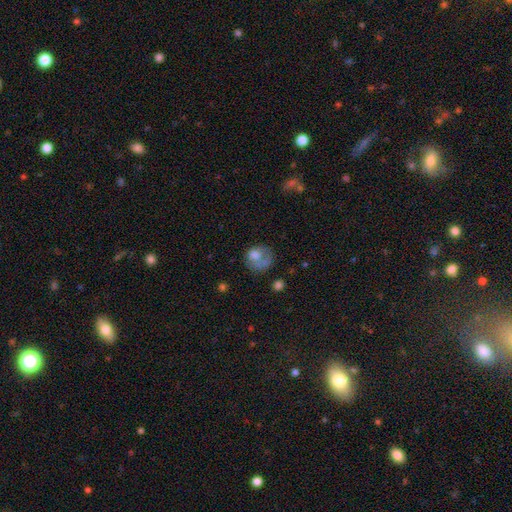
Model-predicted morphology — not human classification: A smooth galaxy with no disk features (58%) that is round (66%).

Vote fractions:
- Smooth or featured? smooth: 58% / featured or disk: 30% / star or artifact: 12%
- How rounded? round: 66% / in between: 33% / cigar-shaped: 1%
- Merging? none: 38% / major disturbance: 28% / minor disturbance: 21% / merger: 12%